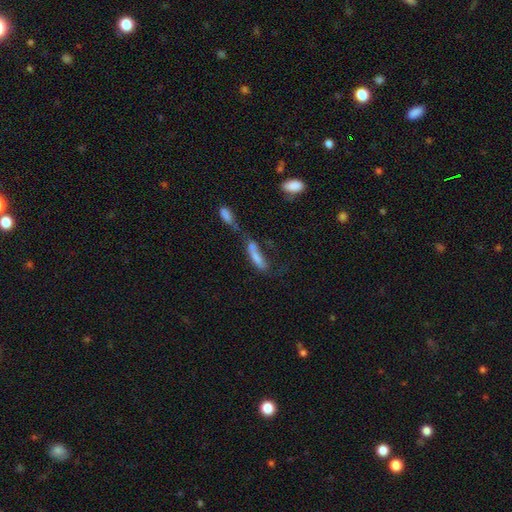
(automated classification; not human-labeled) Morphology: type=smooth (66%); roundness=cigar-shaped (64%); merging=merger (52%).